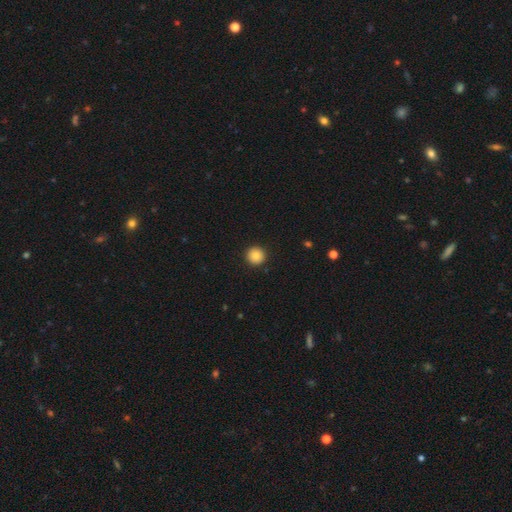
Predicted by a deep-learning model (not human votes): Smooth or featured? smooth (85%)
How rounded? round (95%)
Merging? none (93%)